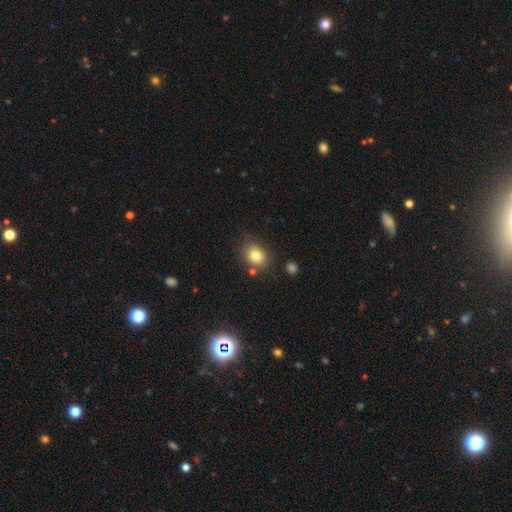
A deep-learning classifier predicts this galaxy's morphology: Overall: smooth (81%). How rounded: round (50%; in between 49%). Merging: none (77%).